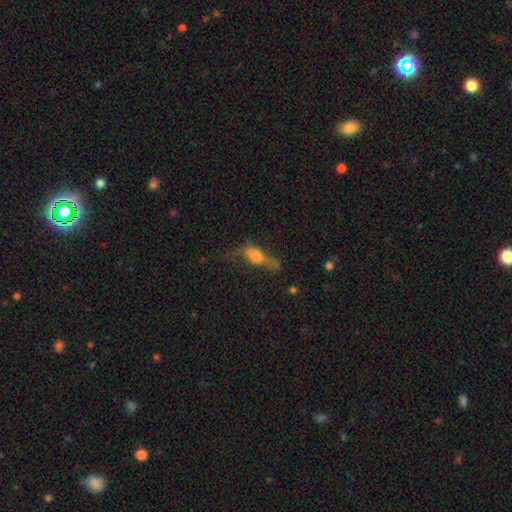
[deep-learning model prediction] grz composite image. It shows a smooth galaxy with no disk features (55%) that is in between round and cigar-shaped (59%). Merging: none (37%).